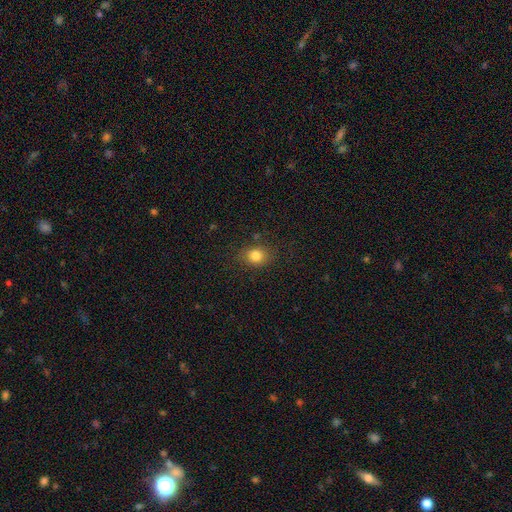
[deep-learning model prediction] Smooth or featured: smooth — 81% (star or artifact — 11%)
How rounded: round — 55% (in between — 44%)
Merging: none — 83% (minor disturbance — 12%)